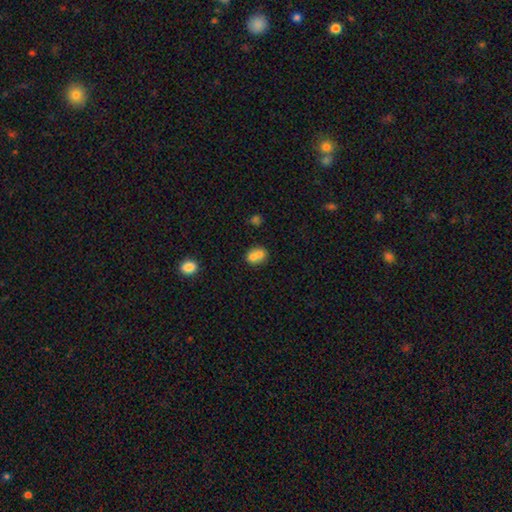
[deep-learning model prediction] Smooth or featured? smooth (72%)
How rounded? round (49%, tied with in between)
Merging? merger (58%)